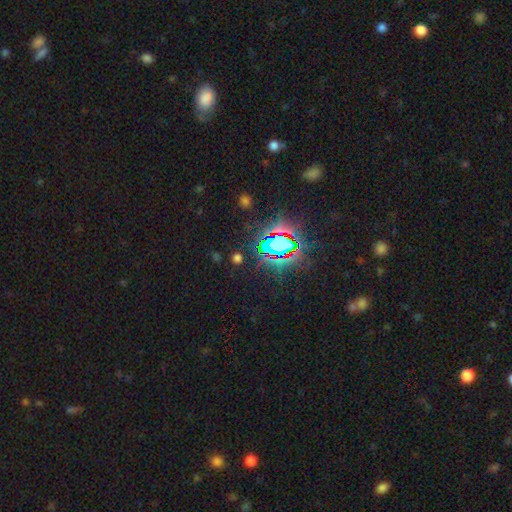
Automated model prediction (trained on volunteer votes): smooth-or-featured: star or artifact: 81% | smooth: 12% | featured or disk: 7%